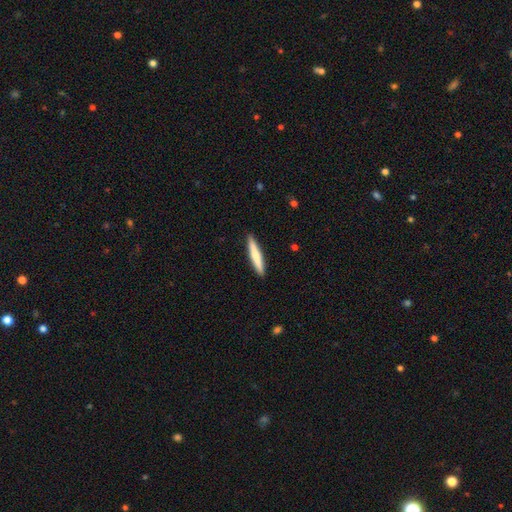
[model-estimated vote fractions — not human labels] Smooth or featured?
  - smooth: 67% *
  - featured or disk: 28%
  - star or artifact: 5%
How rounded?
  - cigar-shaped: 93% *
  - in between: 6%
  - round: 1%
Merging?
  - none: 91% *
  - minor disturbance: 7%
  - major disturbance: 1%
  - merger: 1%